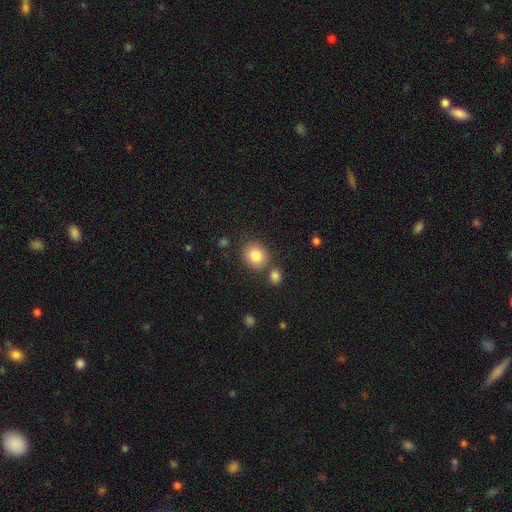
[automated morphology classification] Smooth or featured?
  - smooth: 83% *
  - star or artifact: 10%
  - featured or disk: 8%
How rounded?
  - round: 77% *
  - in between: 22%
  - cigar-shaped: 1%
Merging?
  - none: 74% *
  - merger: 13%
  - minor disturbance: 10%
  - major disturbance: 3%